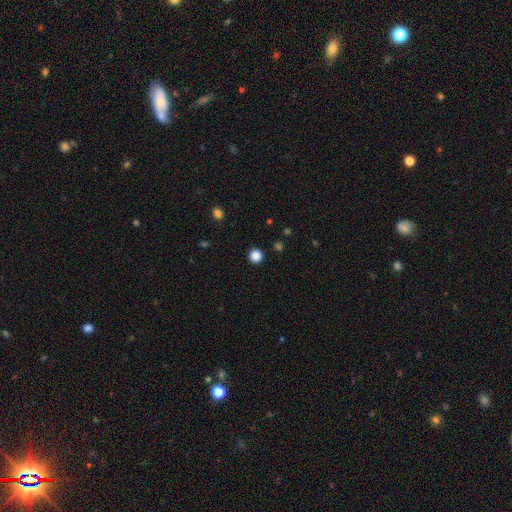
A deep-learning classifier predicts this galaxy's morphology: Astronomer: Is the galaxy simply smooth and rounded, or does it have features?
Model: smooth — 85%.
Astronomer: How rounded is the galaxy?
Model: round — 95%.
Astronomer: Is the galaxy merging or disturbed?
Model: none — 92%.